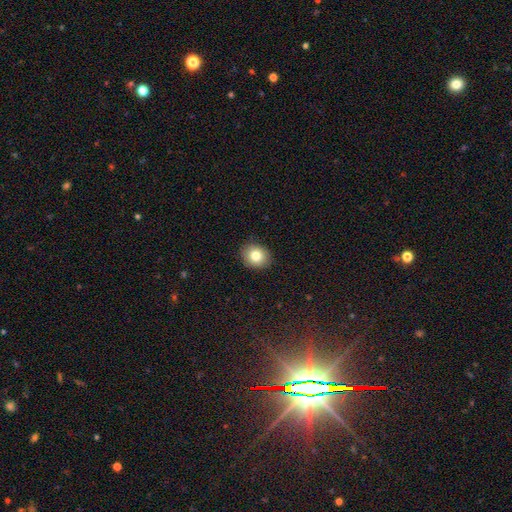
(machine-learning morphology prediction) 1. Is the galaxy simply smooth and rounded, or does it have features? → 81% smooth, 10% featured or disk, 9% star or artifact.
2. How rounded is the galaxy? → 59% round, 40% in between, 1% cigar-shaped.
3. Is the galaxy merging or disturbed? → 89% none, 8% minor disturbance, 2% major disturbance, 1% merger.